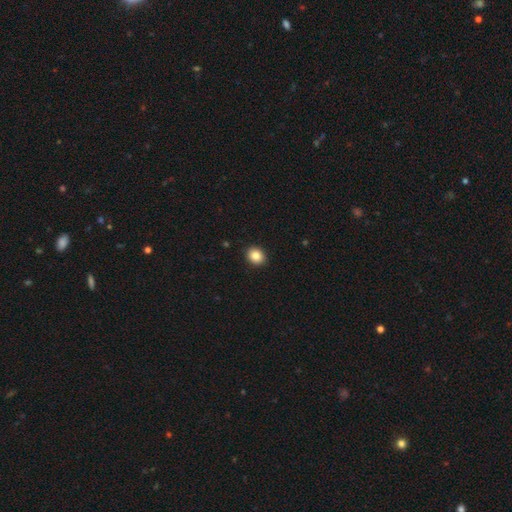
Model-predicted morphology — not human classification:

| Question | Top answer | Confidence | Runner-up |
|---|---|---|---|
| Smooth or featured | smooth | 86% | star or artifact (9%) |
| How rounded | round | 63% | in between (36%) |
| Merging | none | 92% | minor disturbance (5%) |